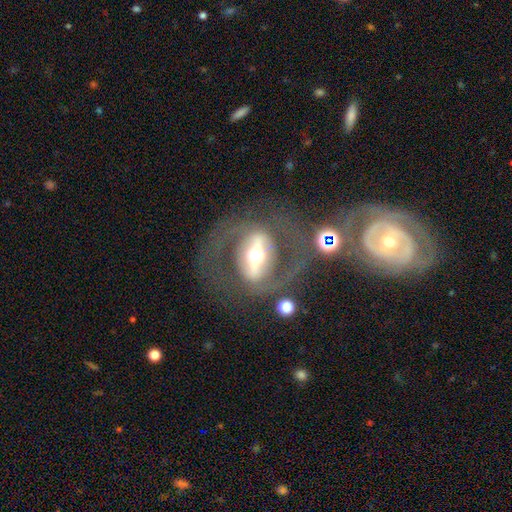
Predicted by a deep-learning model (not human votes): Smooth or featured? featured or disk (80%)
Edge-on disk? no (90%)
Bar? strong (73%)
Spiral arms? yes (56%)
Bulge size? moderate (66%)
Merging? none (70%)